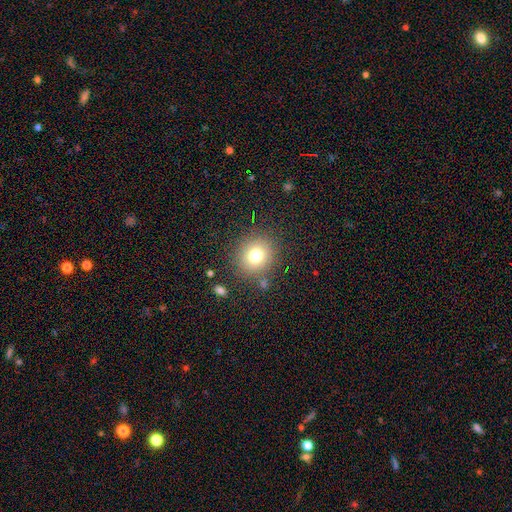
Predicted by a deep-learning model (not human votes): The model was most divided on "smooth or featured": smooth: 75%, star or artifact: 14%, featured or disk: 10%. More confident: how rounded — round (86%); merging — none (83%).